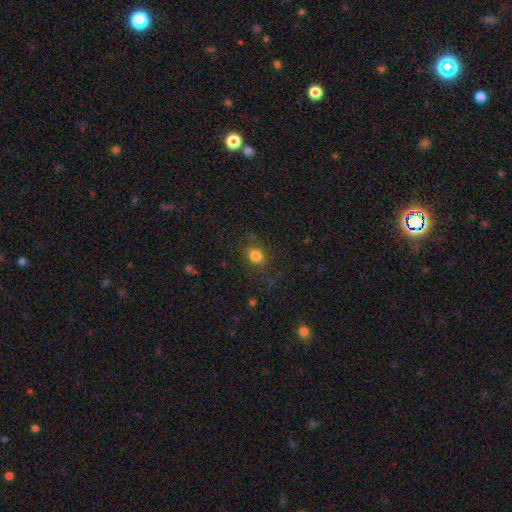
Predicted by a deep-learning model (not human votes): smooth_or_featured: smooth (p=0.82) [alt: star or artifact p=0.12]
how_rounded: round (p=0.62) [alt: in between p=0.37]
merging: none (p=0.79) [alt: minor disturbance p=0.14]